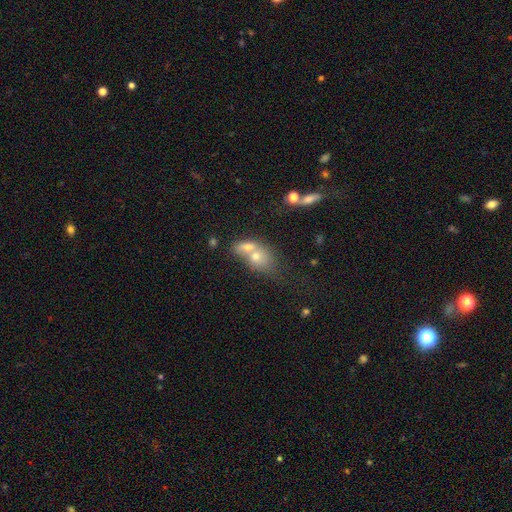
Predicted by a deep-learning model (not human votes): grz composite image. It shows a smooth galaxy with no disk features (62%) that is in between round and cigar-shaped (62%). Merging: merger (66%).